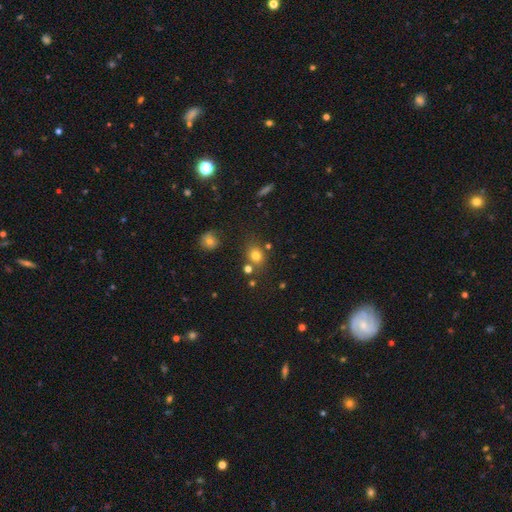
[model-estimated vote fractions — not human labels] This appears to be a smooth galaxy with no disk features (75%) that is round (60%). Merging: none (71%).